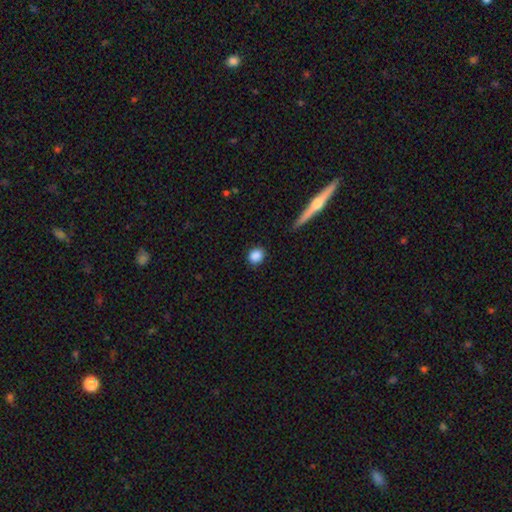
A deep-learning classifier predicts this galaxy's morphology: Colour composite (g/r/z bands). It shows a smooth galaxy with no disk features (87%) that is round (82%). Merging: none (89%).